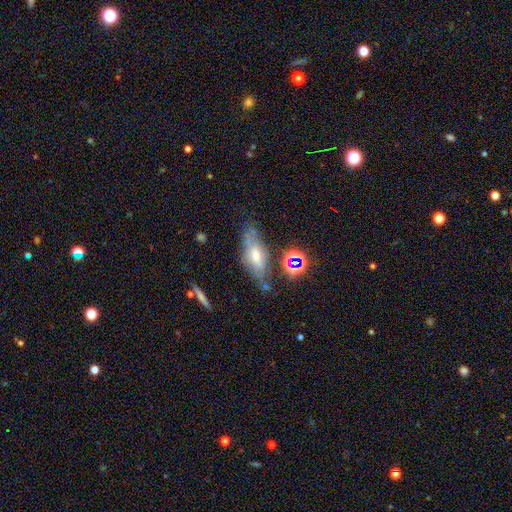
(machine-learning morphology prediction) Overall: featured or disk (49%; smooth 35%). Merging: none (62%; minor disturbance 23%).